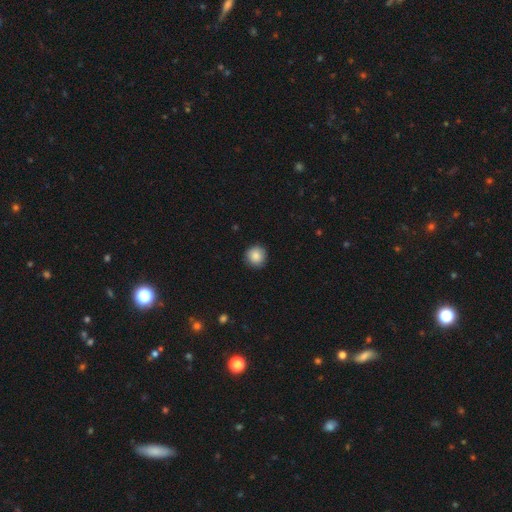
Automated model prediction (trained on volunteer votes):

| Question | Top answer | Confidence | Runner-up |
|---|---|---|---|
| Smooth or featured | smooth | 87% | star or artifact (8%) |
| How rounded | round | 94% | in between (5%) |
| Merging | none | 90% | minor disturbance (7%) |